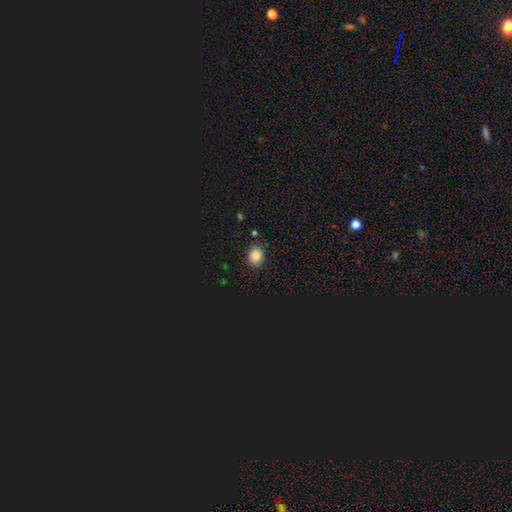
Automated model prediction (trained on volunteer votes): A smooth galaxy with no disk features (76%) that is round (69%). Merging: none (84%).